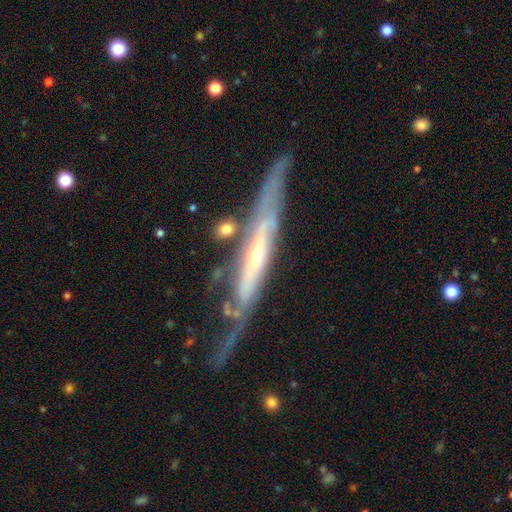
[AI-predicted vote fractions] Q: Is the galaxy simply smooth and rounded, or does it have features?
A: featured or disk — 81%.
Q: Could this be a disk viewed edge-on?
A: yes — 61%.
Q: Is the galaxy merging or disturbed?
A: none — 48%.